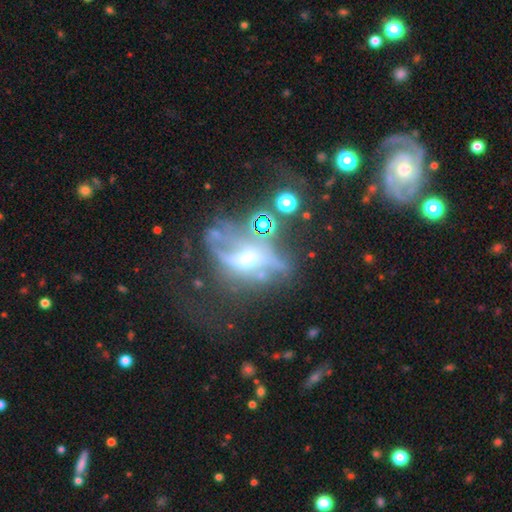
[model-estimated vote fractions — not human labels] Overall: featured or disk (67%). Edge-on disk: no (67%; yes 33%). Merging: none (39%; major disturbance 31%).